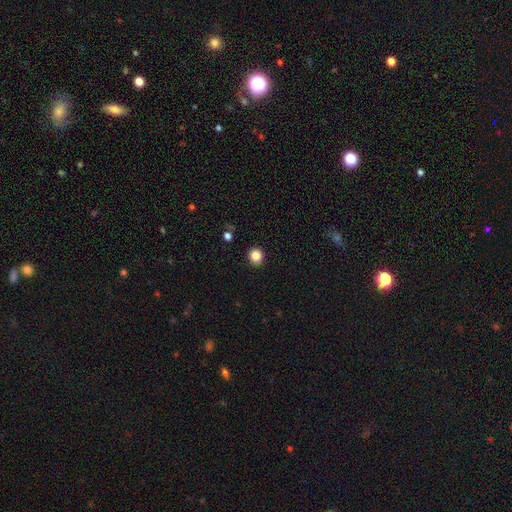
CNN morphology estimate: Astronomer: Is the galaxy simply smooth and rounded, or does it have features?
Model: smooth — 86%.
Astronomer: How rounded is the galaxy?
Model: round — 87%.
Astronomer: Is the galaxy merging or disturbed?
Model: none — 92%.